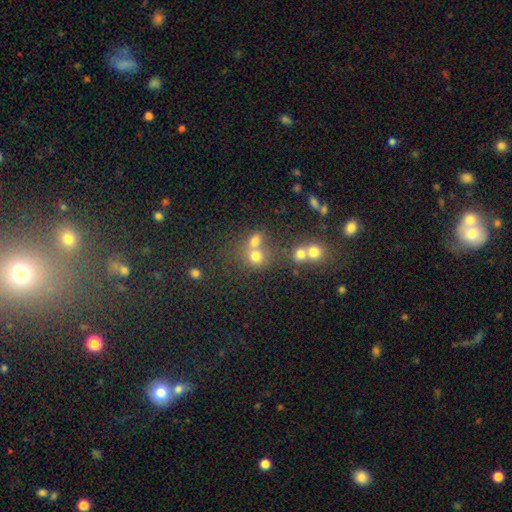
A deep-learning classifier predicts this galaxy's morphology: smooth-or-featured: smooth: 70% | star or artifact: 18% | featured or disk: 12%
  how-rounded: round: 75% | in between: 24% | cigar-shaped: 1%
  merging: merger: 44% | none: 43% | minor disturbance: 8% | major disturbance: 5%